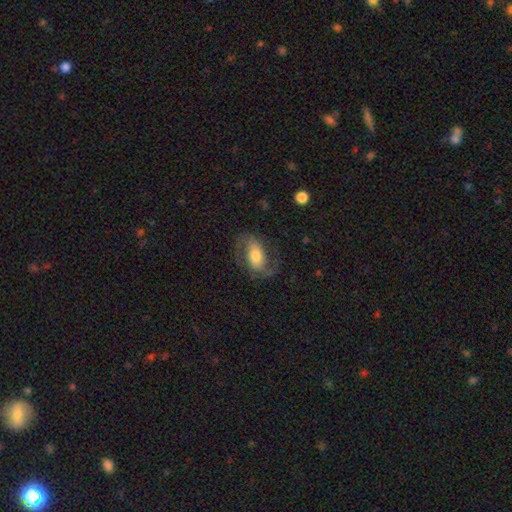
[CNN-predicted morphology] This is likely a featured or disk galaxy (68%). It is clearly not viewed edge-on (95%). Bar: marginally weak (38%). Spiral arm pattern: clearly yes (89%). Spiral arm count: clearly 2 (90%). Spiral winding: possibly medium (49%). Central bulge: possibly moderate (58%). Merging: likely none (71%).